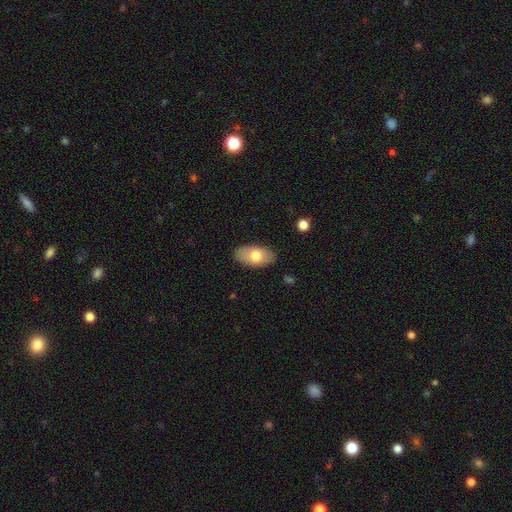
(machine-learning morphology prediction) Smooth or featured? smooth (72%)
How rounded? in between (94%)
Merging? none (86%)